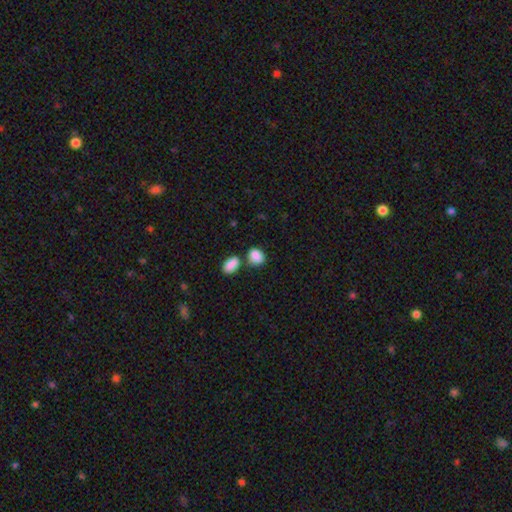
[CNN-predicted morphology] smooth_or_featured: smooth (p=0.88) [alt: star or artifact p=0.08]
how_rounded: in between (p=0.67) [alt: round p=0.32]
merging: none (p=0.56) [alt: merger p=0.25]